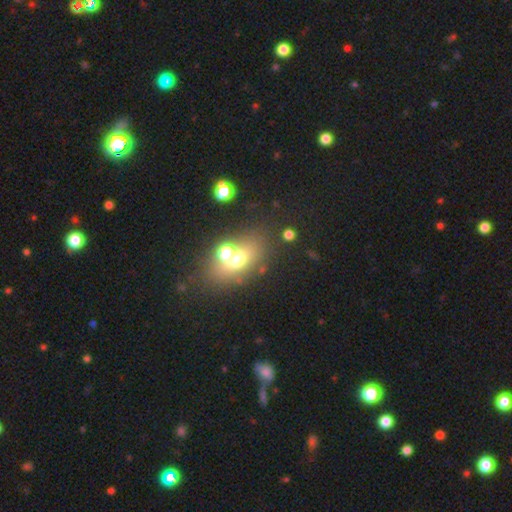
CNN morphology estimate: Smooth or featured? Predicted: smooth (p=0.42). Merging? Predicted: none (p=0.58).